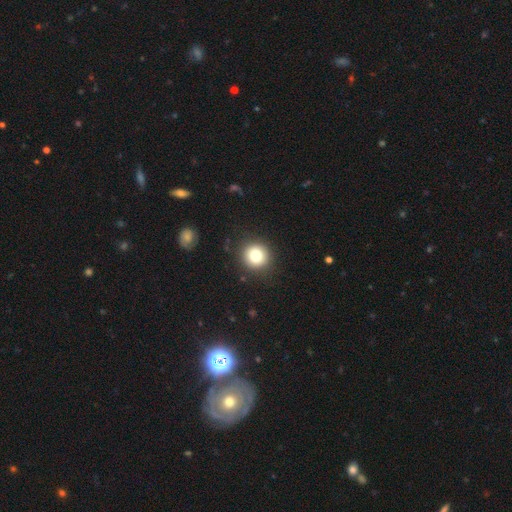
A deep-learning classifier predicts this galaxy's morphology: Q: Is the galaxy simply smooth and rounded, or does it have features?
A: smooth — 81%.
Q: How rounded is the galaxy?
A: round — 93%.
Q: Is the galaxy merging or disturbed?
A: none — 89%.